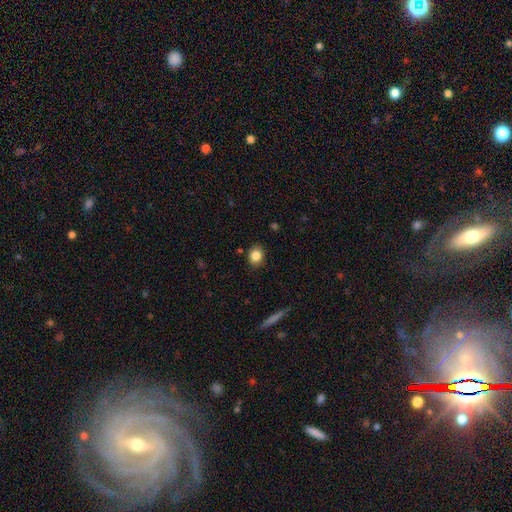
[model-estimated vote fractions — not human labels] Morphology: type=smooth (84%); roundness=round (55%); merging=none (88%).